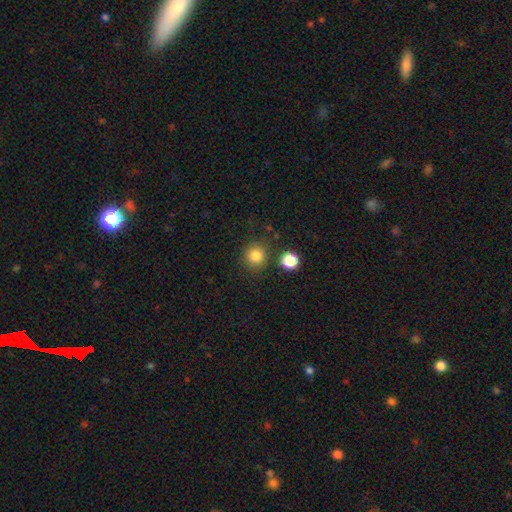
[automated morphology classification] This is clearly a smooth galaxy (83%). How rounded: clearly round (90%). Merging: clearly none (83%).